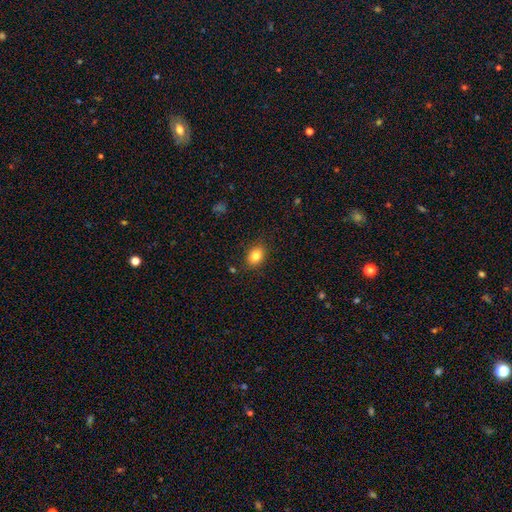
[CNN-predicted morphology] Smooth or featured: smooth — 82% (star or artifact — 10%)
How rounded: in between — 66% (round — 33%)
Merging: none — 85% (minor disturbance — 11%)